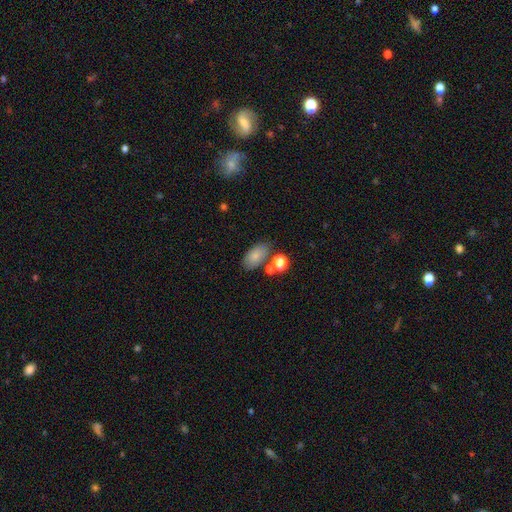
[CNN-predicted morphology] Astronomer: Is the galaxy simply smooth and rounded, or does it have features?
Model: smooth — 80%.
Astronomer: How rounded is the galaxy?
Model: in between — 91%.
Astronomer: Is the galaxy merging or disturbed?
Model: none — 69%.